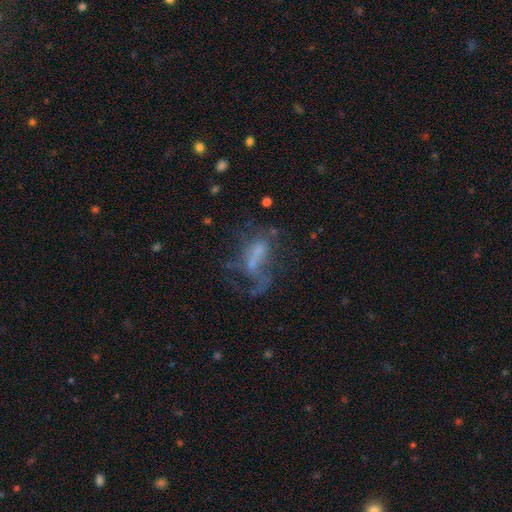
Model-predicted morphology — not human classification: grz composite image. It shows a featured or disk galaxy (55%) with no bar (55%), no spiral arms (63%) and no central bulge (48%). Merging: major disturbance (45%).